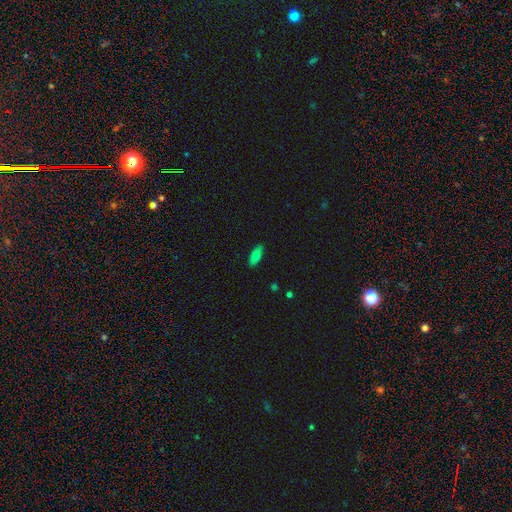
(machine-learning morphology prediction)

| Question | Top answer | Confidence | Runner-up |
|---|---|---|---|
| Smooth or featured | smooth | 73% | featured or disk (18%) |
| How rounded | in between | 82% | cigar-shaped (15%) |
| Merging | none | 87% | minor disturbance (10%) |